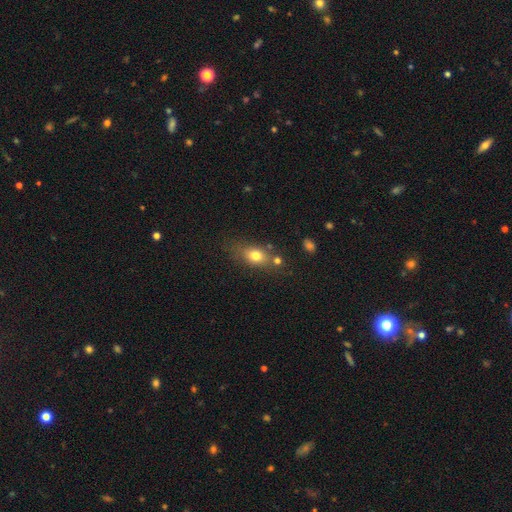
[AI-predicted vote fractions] Smooth or featured?
  - smooth: 75% *
  - featured or disk: 14%
  - star or artifact: 11%
How rounded?
  - in between: 67% *
  - round: 26%
  - cigar-shaped: 7%
Merging?
  - none: 60% *
  - minor disturbance: 18%
  - merger: 14%
  - major disturbance: 7%